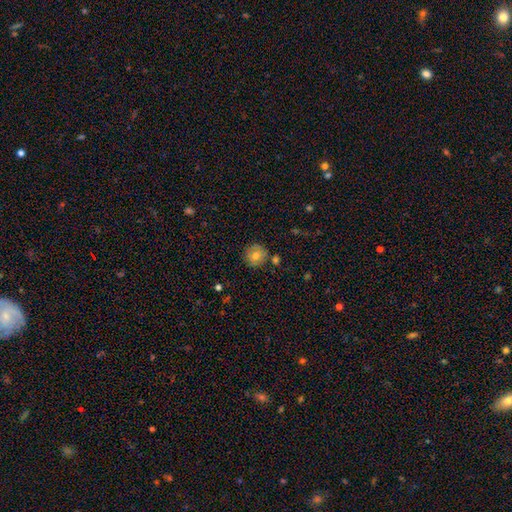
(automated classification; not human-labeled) Smooth or featured?
  - smooth: 69% *
  - featured or disk: 21%
  - star or artifact: 10%
How rounded?
  - round: 91% *
  - in between: 8%
  - cigar-shaped: 1%
Merging?
  - none: 81% *
  - minor disturbance: 11%
  - merger: 5%
  - major disturbance: 3%